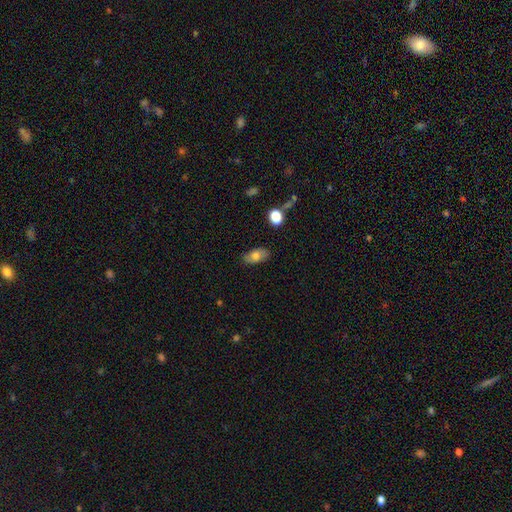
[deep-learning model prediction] Smooth or featured? Predicted: smooth (p=0.73). How rounded? Predicted: in between (p=0.91). Merging? Predicted: none (p=0.82).